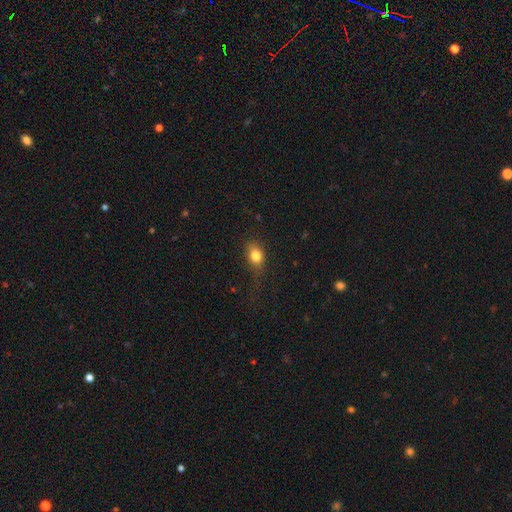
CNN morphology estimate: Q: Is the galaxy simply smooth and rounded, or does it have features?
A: smooth — 80%.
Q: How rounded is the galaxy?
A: in between — 61%.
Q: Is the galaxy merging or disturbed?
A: none — 57%.